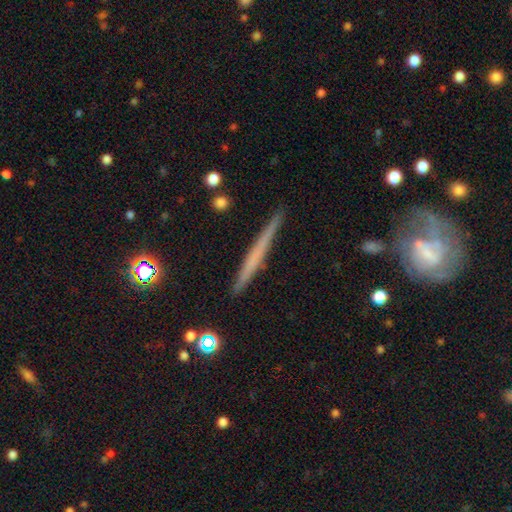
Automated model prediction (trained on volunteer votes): Smooth or featured: featured or disk — 49% (smooth — 43%)
Merging: none — 89% (minor disturbance — 8%)